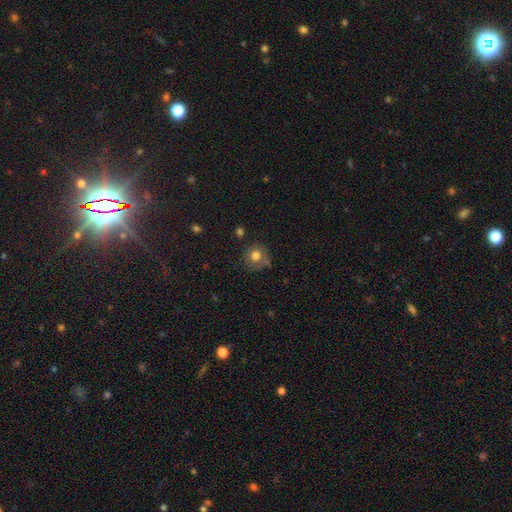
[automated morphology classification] A smooth galaxy with no disk features (76%) that is round (86%). Merging: none (64%).